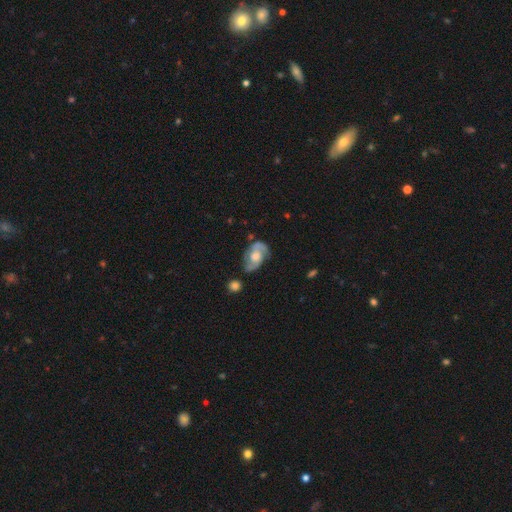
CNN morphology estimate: Smooth or featured: featured or disk — 74% (smooth — 20%)
Edge-on disk: no — 96% (yes — 4%)
Bar: no — 67% (weak — 28%)
Spiral arms: yes — 86% (no — 14%)
Spiral winding: medium — 49% (tight — 27%)
Spiral arm count: 2 — 82% (can't tell — 10%)
Bulge size: moderate — 46% (large — 35%)
Merging: none — 63% (minor disturbance — 23%)